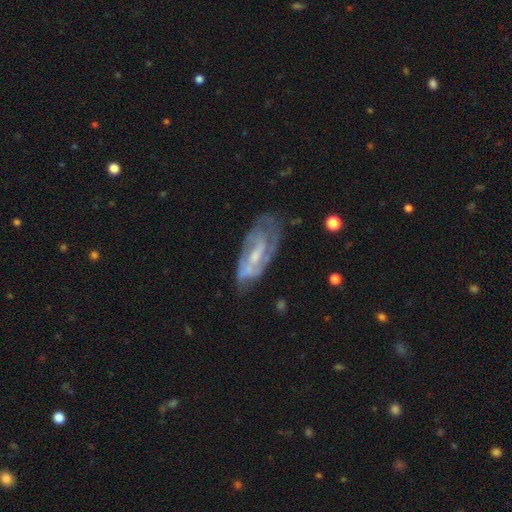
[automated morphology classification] Smooth or featured? Predicted: featured or disk (p=0.77). Edge-on disk? Predicted: no (p=0.92). Bar? Predicted: weak (p=0.47). Spiral arms? Predicted: yes (p=0.82). Spiral winding? Predicted: medium (p=0.42). Spiral arm count? Predicted: 2 (p=0.51). Bulge size? Predicted: small (p=0.48). Merging? Predicted: none (p=0.55).